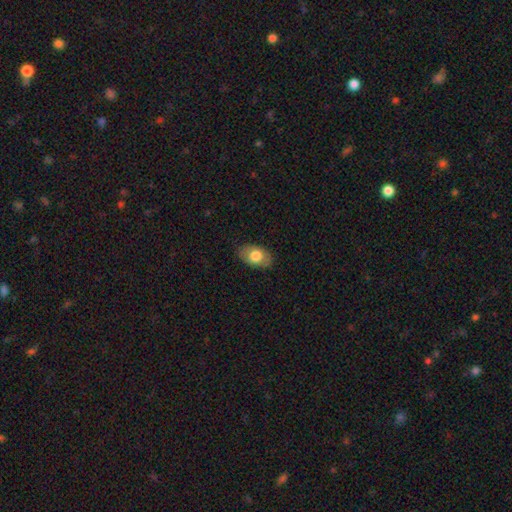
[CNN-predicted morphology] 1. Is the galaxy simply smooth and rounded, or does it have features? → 73% smooth, 21% featured or disk, 7% star or artifact.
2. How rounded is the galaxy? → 89% in between, 10% round, 1% cigar-shaped.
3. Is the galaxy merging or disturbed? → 83% none, 13% minor disturbance, 3% major disturbance, 1% merger.